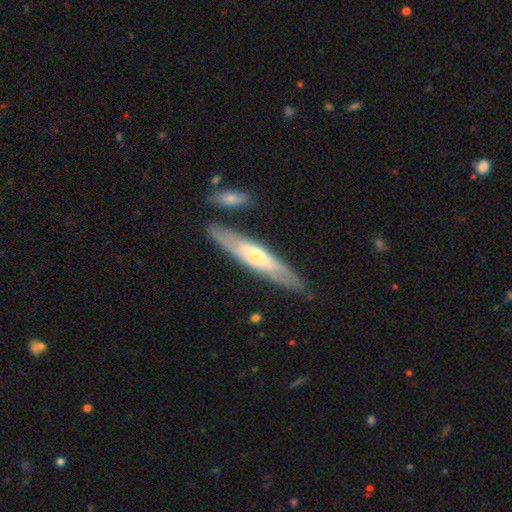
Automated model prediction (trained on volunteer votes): Smooth or featured? featured or disk (56%)
Edge-on disk? yes (63%)
Merging? none (81%)